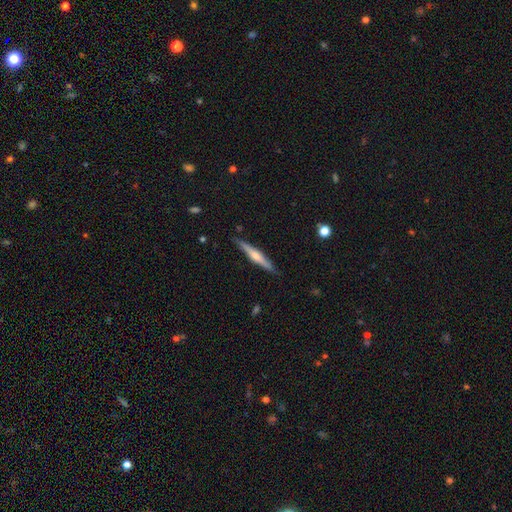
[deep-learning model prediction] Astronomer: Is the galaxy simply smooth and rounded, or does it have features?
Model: featured or disk — 63%.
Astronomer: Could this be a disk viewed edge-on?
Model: yes — 97%.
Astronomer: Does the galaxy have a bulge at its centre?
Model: rounded — 82%.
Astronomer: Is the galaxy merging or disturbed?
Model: none — 88%.